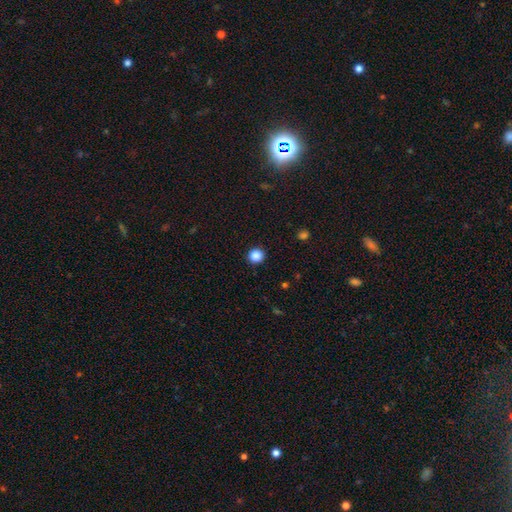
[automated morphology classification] type=smooth (86%); roundness=round (92%); merging=none (93%).